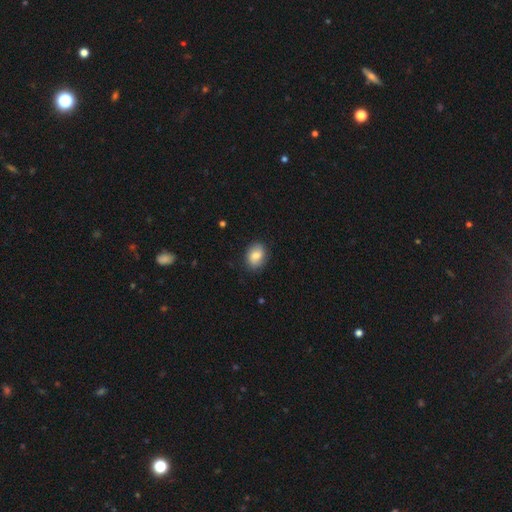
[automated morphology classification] The model was most divided on "how rounded": in between: 63%, round: 36%, cigar-shaped: 1%. More confident: merging — none (83%); smooth or featured — smooth (79%).